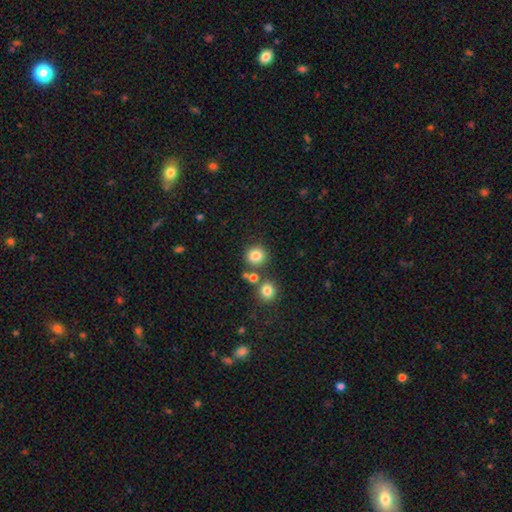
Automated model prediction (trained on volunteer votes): This is clearly a smooth galaxy (82%). How rounded: clearly round (91%). Merging: likely none (79%).